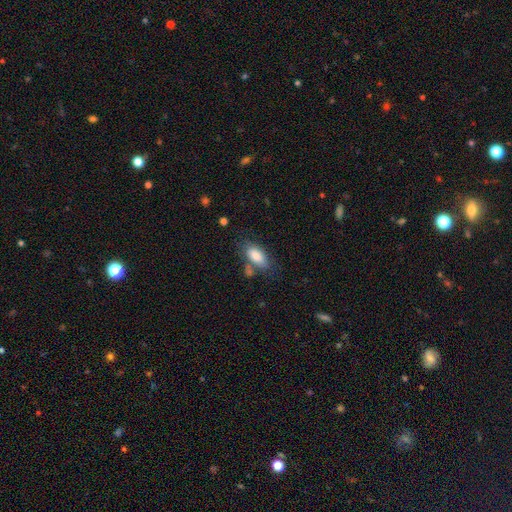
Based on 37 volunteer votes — Morphology: type=smooth (84%); roundness=in between (84%); merging=none (56%).